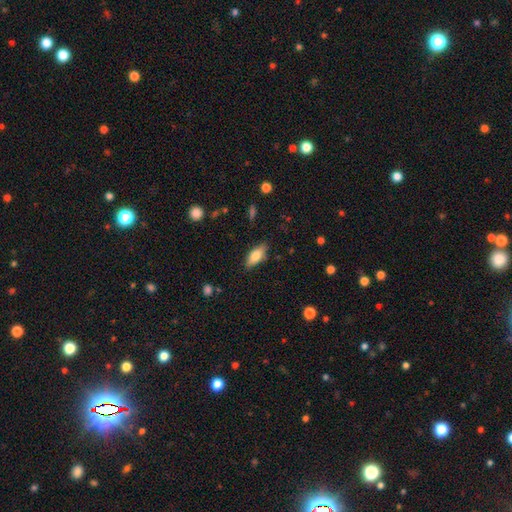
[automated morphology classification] smooth-or-featured: smooth: 76% | featured or disk: 17% | star or artifact: 7%
  how-rounded: in between: 81% | cigar-shaped: 17% | round: 3%
  merging: none: 84% | minor disturbance: 12% | major disturbance: 3% | merger: 1%